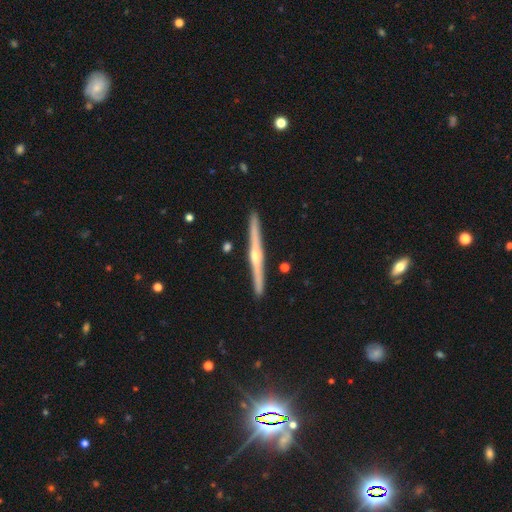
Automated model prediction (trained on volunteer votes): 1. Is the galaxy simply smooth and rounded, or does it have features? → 80% featured or disk, 13% smooth, 7% star or artifact.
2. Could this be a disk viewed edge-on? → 98% yes, 2% no.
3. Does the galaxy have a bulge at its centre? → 85% rounded, 11% none, 5% boxy.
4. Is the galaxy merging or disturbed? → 90% none, 7% minor disturbance, 2% merger, 1% major disturbance.